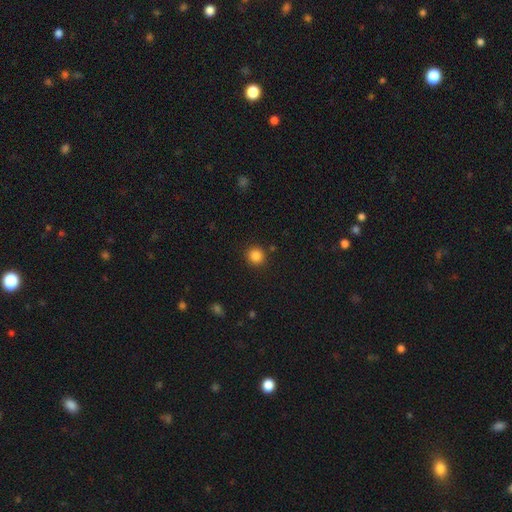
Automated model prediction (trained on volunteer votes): Smooth or featured: smooth — 85% (star or artifact — 11%)
How rounded: round — 92% (in between — 7%)
Merging: none — 90% (minor disturbance — 6%)